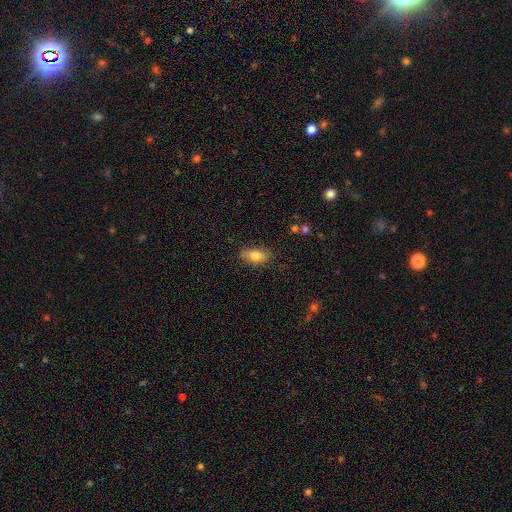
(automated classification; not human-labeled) Overall: smooth (81%). How rounded: in between (89%). Merging: none (79%).